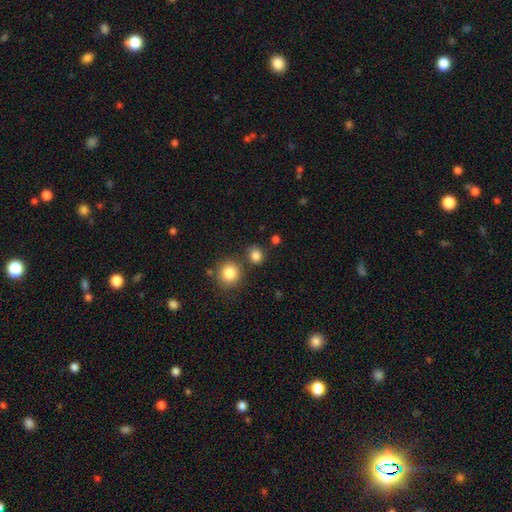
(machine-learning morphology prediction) Overall: smooth (82%). How rounded: round (76%). Merging: none (76%).